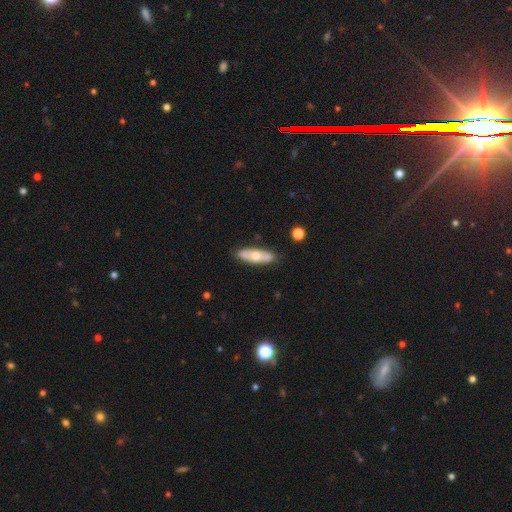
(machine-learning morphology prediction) smooth-or-featured: smooth: 51% | featured or disk: 43% | star or artifact: 6%
  how-rounded: in between: 59% | cigar-shaped: 39% | round: 2%
  merging: none: 83% | minor disturbance: 12% | major disturbance: 3% | merger: 2%